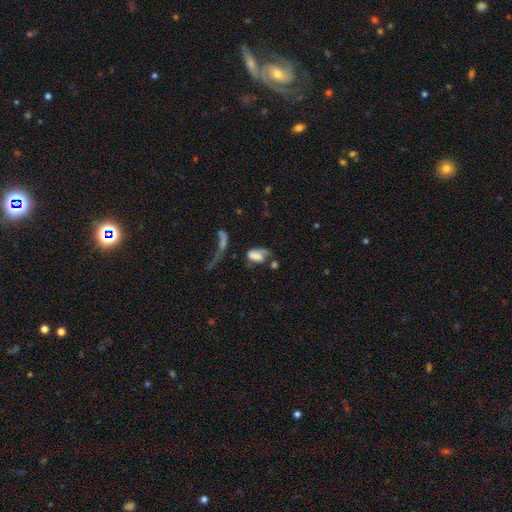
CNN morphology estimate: The model was most divided on "merging": major disturbance: 39%, merger: 26%, none: 20%, minor disturbance: 15%. More confident: how rounded — in between (88%); smooth or featured — smooth (52%).